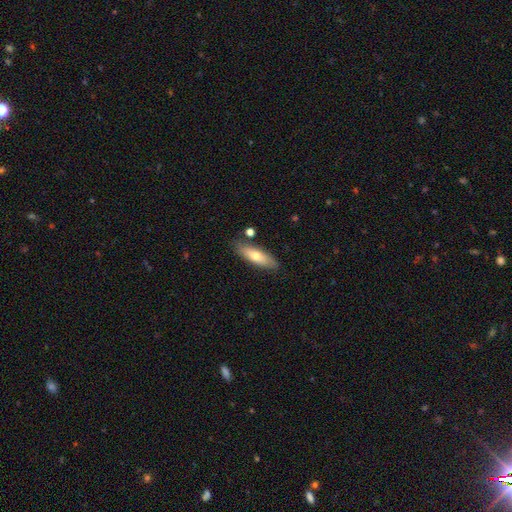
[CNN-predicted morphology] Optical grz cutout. It shows a smooth galaxy with no disk features (67%) that is in between round and cigar-shaped (50%). Merging: none (82%).